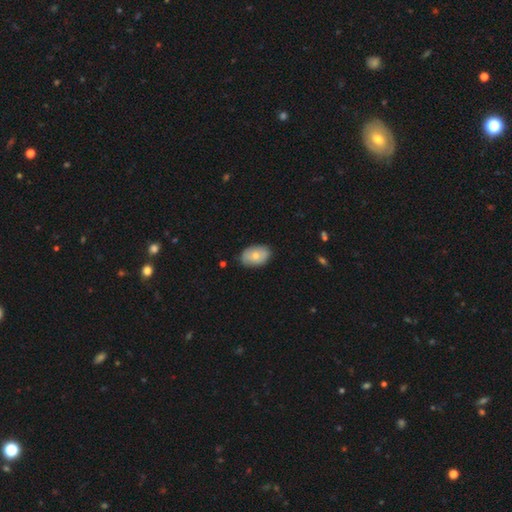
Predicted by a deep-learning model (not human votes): A smooth galaxy with no disk features (70%) that is in between round and cigar-shaped (87%).

Vote fractions:
- Smooth or featured? smooth: 70% / featured or disk: 24% / star or artifact: 6%
- How rounded? in between: 87% / round: 12% / cigar-shaped: 1%
- Merging? none: 81% / minor disturbance: 15% / major disturbance: 2% / merger: 1%